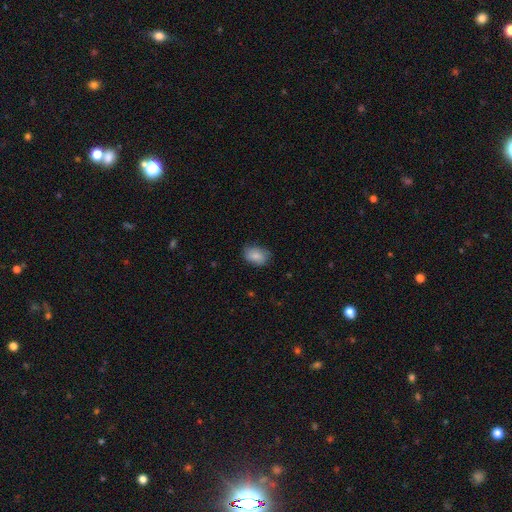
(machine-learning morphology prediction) Smooth or featured? smooth (84%)
How rounded? in between (83%)
Merging? none (73%)